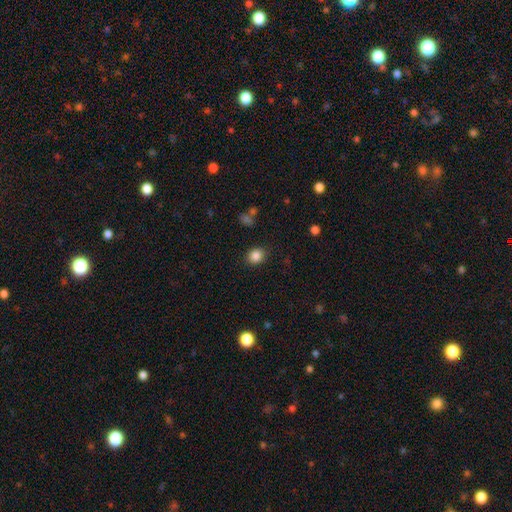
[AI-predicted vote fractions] Q: Smooth or featured?
A: smooth (85%); runner-up: star or artifact (10%)
Q: How rounded?
A: round (67%); runner-up: in between (32%)
Q: Merging?
A: none (88%); runner-up: minor disturbance (8%)